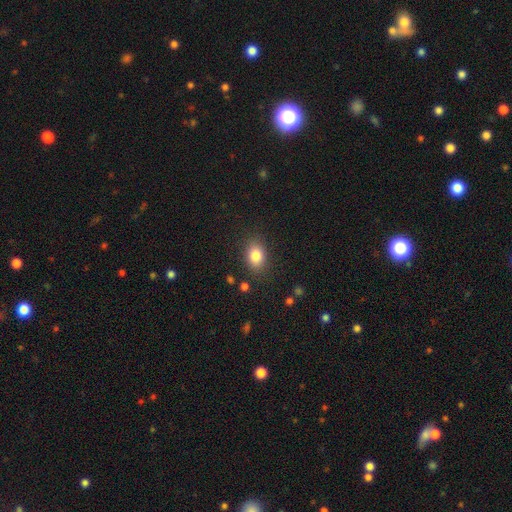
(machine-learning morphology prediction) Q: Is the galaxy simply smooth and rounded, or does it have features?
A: smooth — 83%.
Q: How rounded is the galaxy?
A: in between — 73%.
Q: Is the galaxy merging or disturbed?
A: none — 84%.